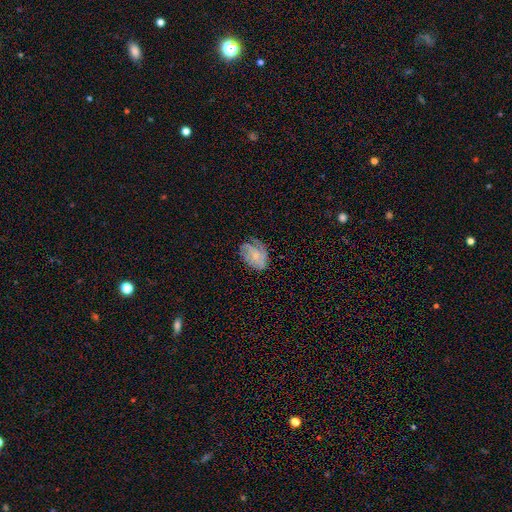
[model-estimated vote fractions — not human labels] The model was most divided on "smooth or featured": featured or disk: 54%, smooth: 35%, star or artifact: 11%. More confident: edge-on disk — no (97%); spiral arms — yes (85%); bar — no (77%); bulge size — small (69%); merging — none (64%).